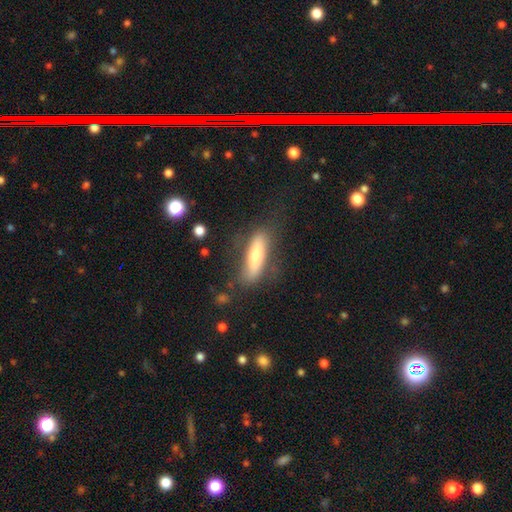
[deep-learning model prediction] Smooth or featured? Predicted: smooth (p=0.55). How rounded? Predicted: cigar-shaped (p=0.68). Merging? Predicted: none (p=0.71).